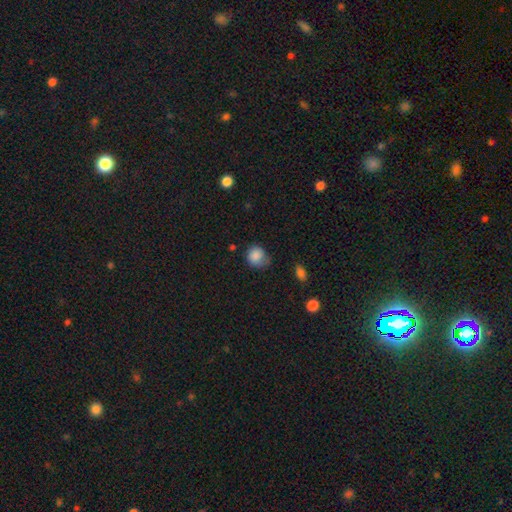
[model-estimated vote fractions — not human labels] Morphology: type=smooth (85%); roundness=round (79%); merging=none (54%).